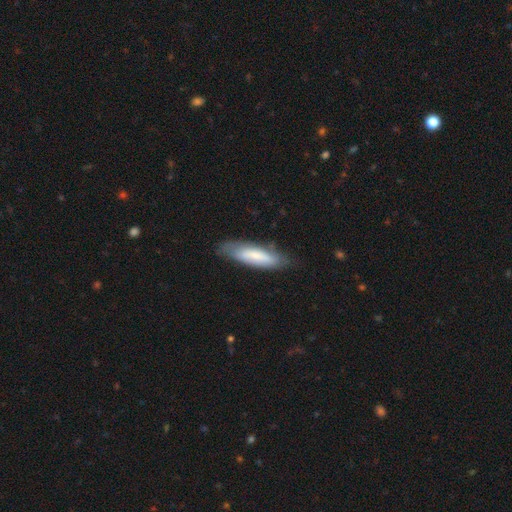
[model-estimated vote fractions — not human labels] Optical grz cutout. It shows a smooth galaxy with no disk features (65%) that is cigar-shaped (59%). Merging: none (72%).